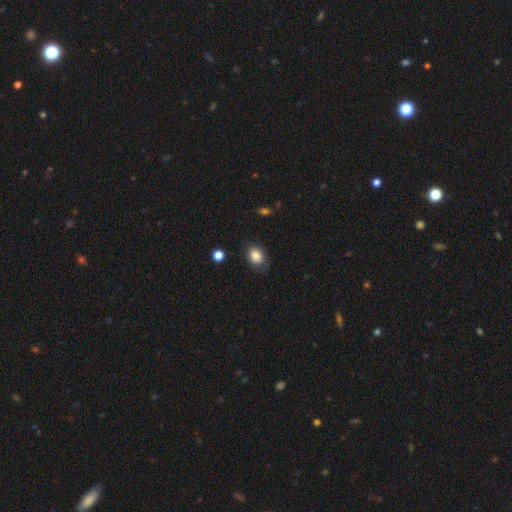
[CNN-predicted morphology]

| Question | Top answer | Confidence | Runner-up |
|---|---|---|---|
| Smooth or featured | smooth | 85% | star or artifact (9%) |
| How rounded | in between | 65% | round (33%) |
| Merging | none | 74% | minor disturbance (19%) |